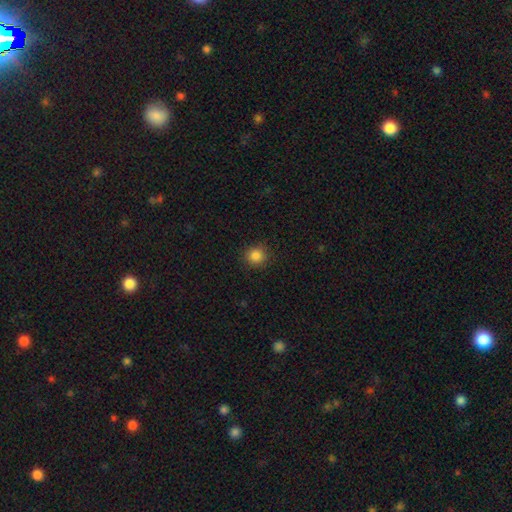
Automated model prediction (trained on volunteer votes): Smooth or featured: smooth — 85% (star or artifact — 12%)
How rounded: round — 92% (in between — 7%)
Merging: none — 90% (minor disturbance — 7%)